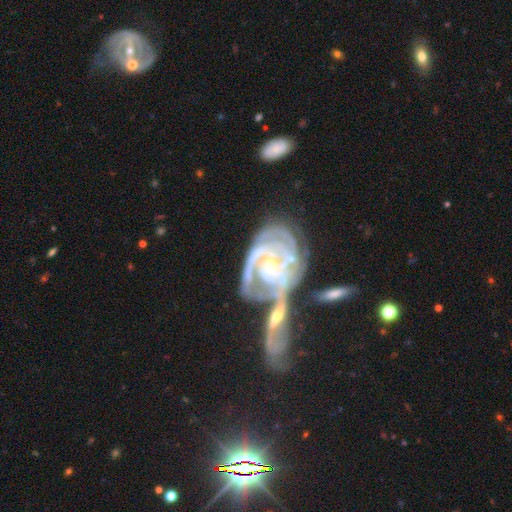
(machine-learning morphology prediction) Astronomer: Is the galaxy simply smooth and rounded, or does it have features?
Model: featured or disk — 87%.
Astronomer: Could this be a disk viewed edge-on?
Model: no — 97%.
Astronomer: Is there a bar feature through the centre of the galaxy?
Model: no — 66%.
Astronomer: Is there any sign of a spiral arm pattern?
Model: yes — 94%.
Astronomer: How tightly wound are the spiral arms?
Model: tight — 60%.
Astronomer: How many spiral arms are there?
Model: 3 — 26% (runner-up: can't tell, 25%).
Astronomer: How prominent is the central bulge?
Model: small — 76%.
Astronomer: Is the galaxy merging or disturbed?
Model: merger — 49%.